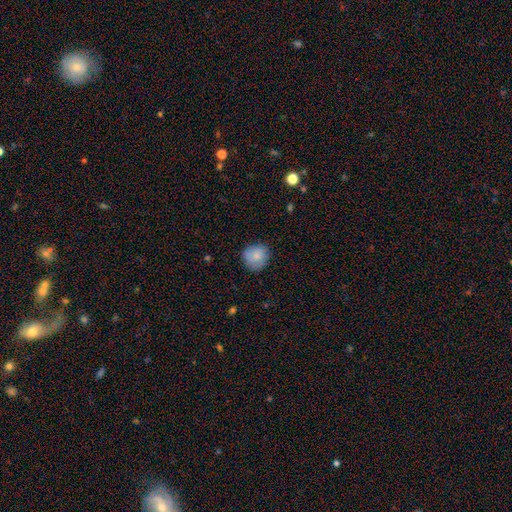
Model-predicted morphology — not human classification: smooth-or-featured: smooth: 81% | featured or disk: 11% | star or artifact: 8%
  how-rounded: round: 86% | in between: 13% | cigar-shaped: 1%
  merging: none: 77% | minor disturbance: 17% | major disturbance: 4% | merger: 1%